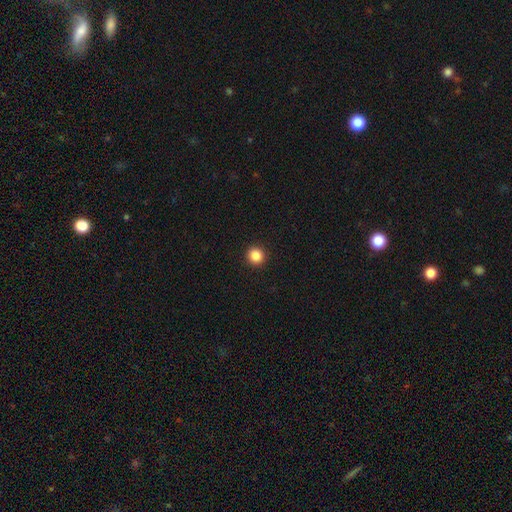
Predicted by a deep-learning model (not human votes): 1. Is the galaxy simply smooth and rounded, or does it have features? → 86% smooth, 11% star or artifact, 3% featured or disk.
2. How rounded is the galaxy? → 94% round, 5% in between, 1% cigar-shaped.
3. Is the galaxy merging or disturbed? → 94% none, 4% minor disturbance, 1% major disturbance, 1% merger.